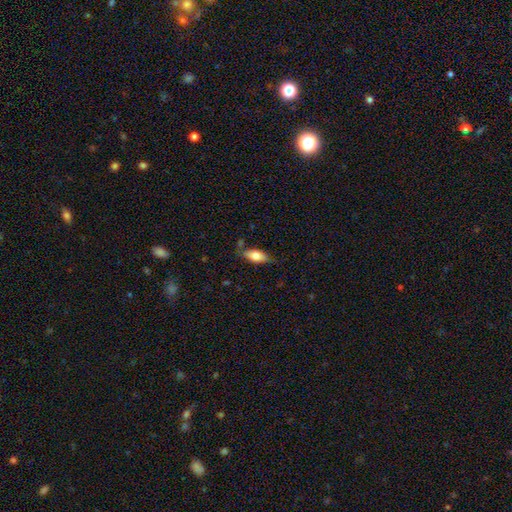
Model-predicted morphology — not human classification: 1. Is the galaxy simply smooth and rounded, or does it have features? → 75% smooth, 18% featured or disk, 7% star or artifact.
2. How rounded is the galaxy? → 84% in between, 13% cigar-shaped, 3% round.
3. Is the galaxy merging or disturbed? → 70% none, 21% minor disturbance, 5% major disturbance, 4% merger.